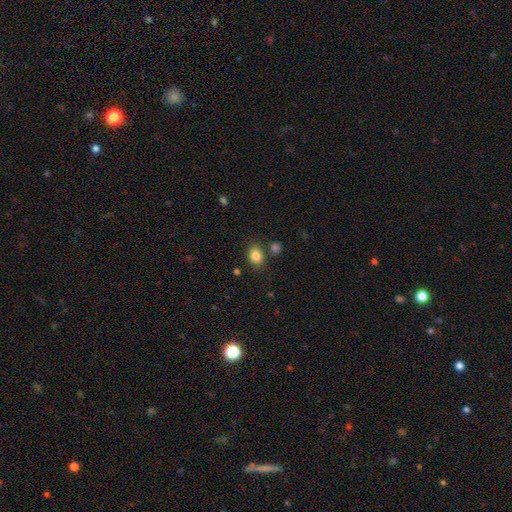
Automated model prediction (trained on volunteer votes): Morphology: type=smooth (84%); roundness=in between (67%); merging=none (77%).